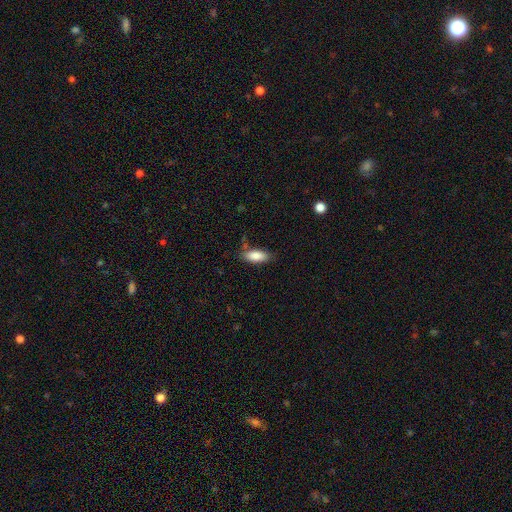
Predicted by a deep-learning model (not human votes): Smooth or featured? smooth (85%)
How rounded? in between (83%)
Merging? none (75%)